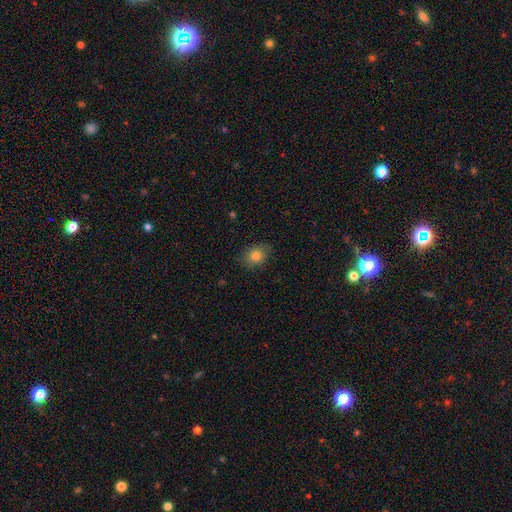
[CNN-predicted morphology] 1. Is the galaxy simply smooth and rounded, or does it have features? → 81% smooth, 10% star or artifact, 9% featured or disk.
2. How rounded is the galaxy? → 55% in between, 44% round, 1% cigar-shaped.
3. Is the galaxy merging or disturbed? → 83% none, 13% minor disturbance, 3% major disturbance, 1% merger.